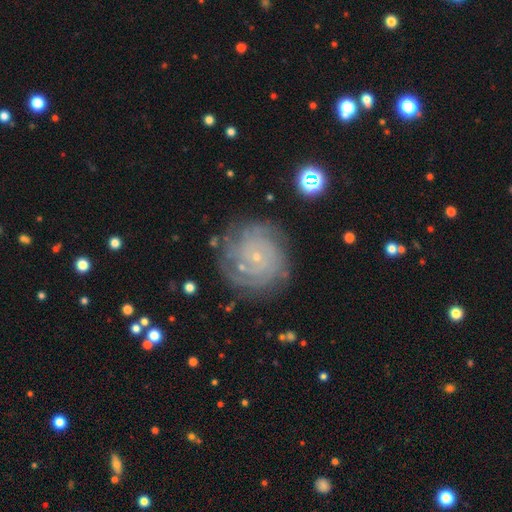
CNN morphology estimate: Overall: featured or disk (76%). Edge-on disk: no (97%). Bar: no (81%). Spiral arms: yes (94%). Spiral arm count: can't tell (36%; 4 16%). Spiral winding: tight (78%). Bulge size: small (87%). Merging: none (80%).